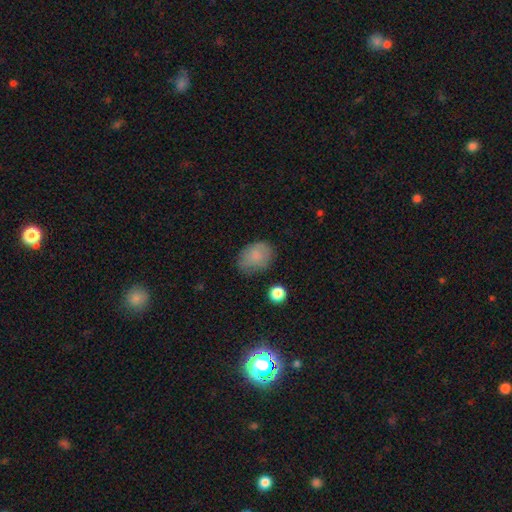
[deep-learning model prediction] smooth 81%, featured or disk 10%, star or artifact 8%. Down the decision tree: how rounded — in between (72%); merging — none (67%).